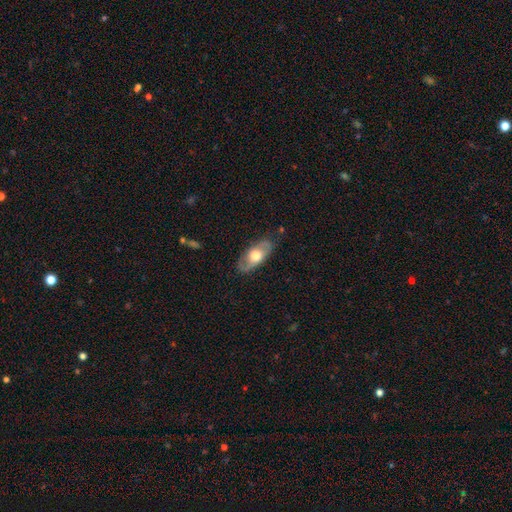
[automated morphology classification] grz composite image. It shows a smooth galaxy with no disk features (48%). Merging: none (80%).